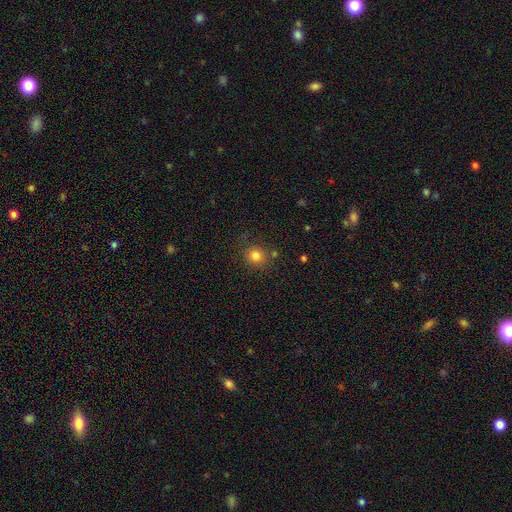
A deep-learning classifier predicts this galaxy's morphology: The model was most divided on "smooth or featured": smooth: 81%, star or artifact: 13%, featured or disk: 6%. More confident: how rounded — round (89%); merging — none (80%).